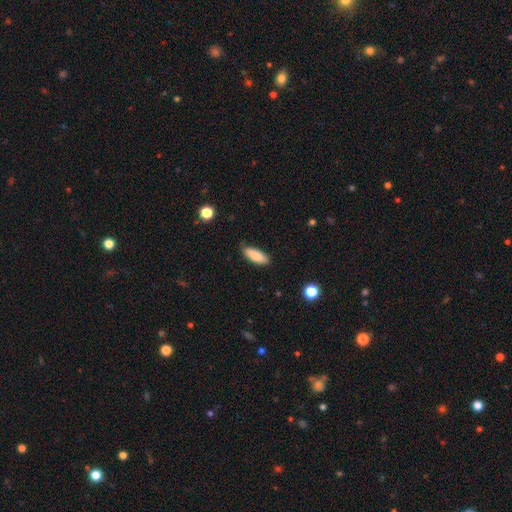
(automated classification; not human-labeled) smooth_or_featured: smooth (p=0.84) [alt: featured or disk p=0.09]
how_rounded: in between (p=0.72) [alt: cigar-shaped p=0.26]
merging: none (p=0.80) [alt: minor disturbance p=0.16]